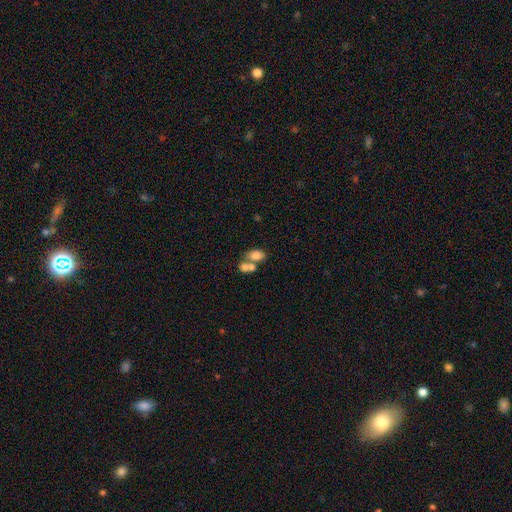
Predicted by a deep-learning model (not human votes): Smooth or featured? smooth (75%)
How rounded? in between (84%)
Merging? merger (60%)